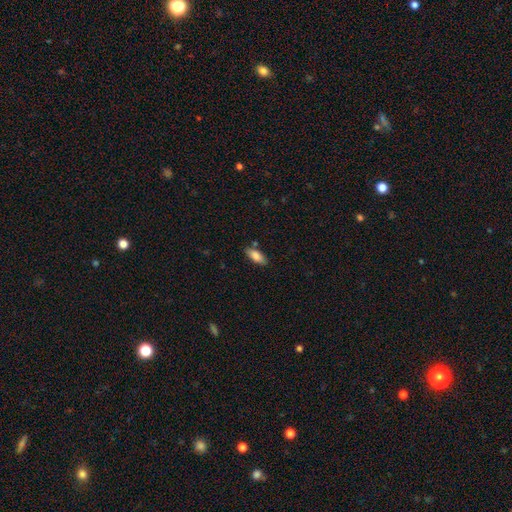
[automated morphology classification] smooth 83%, featured or disk 10%, star or artifact 7%. Down the decision tree: how rounded — in between (78%); merging — none (80%).